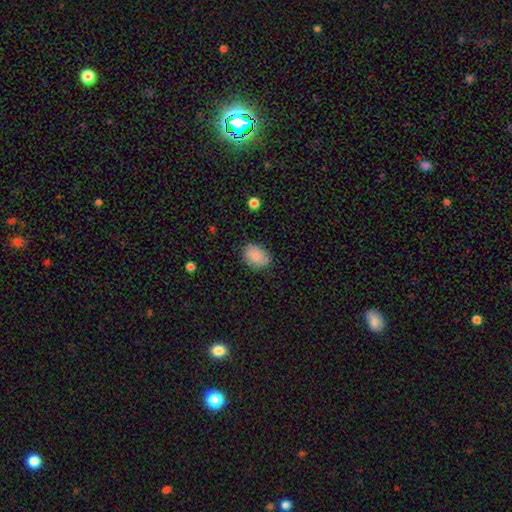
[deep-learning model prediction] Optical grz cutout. It shows a smooth galaxy with no disk features (82%) that is in between round and cigar-shaped (69%). Merging: none (78%).